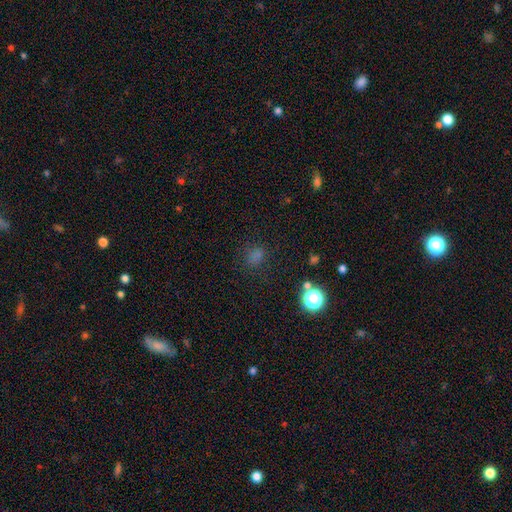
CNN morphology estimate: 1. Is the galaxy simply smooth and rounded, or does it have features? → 61% smooth, 33% star or artifact, 6% featured or disk.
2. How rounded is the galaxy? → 69% round, 29% in between, 2% cigar-shaped.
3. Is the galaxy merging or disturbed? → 81% none, 12% minor disturbance, 5% major disturbance, 3% merger.